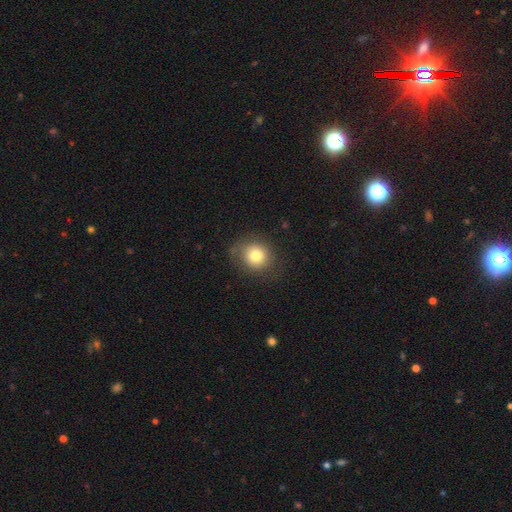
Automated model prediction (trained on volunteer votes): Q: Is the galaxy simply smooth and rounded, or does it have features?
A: smooth — 78%.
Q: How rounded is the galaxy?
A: round — 82%.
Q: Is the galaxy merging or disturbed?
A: none — 73%.